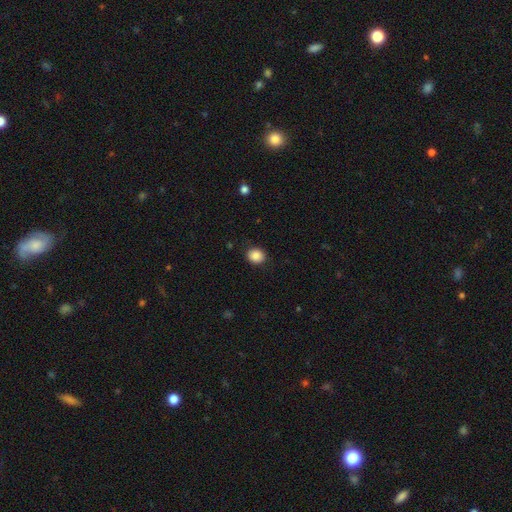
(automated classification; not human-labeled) This is clearly a smooth galaxy (87%). How rounded: likely round (69%). Merging: clearly none (89%).